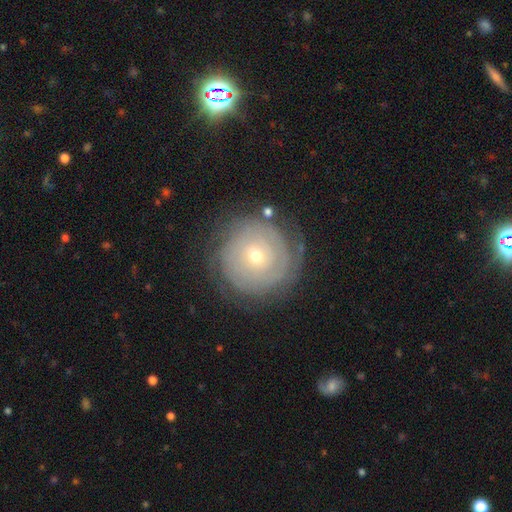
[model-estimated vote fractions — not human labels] A featured or disk galaxy (73%) with no bar (82%), tight (87%) spiral arms (88%) and a small central bulge (59%).

Vote fractions:
- Smooth or featured? featured or disk: 73% / smooth: 19% / star or artifact: 8%
- Edge-on disk? no: 97% / yes: 3%
- Bar? no: 82% / weak: 14% / strong: 4%
- Spiral arms? yes: 88% / no: 12%
- Spiral winding? tight: 87% / medium: 10% / loose: 3%
- Spiral arm count? can't tell: 48% / 2: 19% / 3: 12% / 4: 8% / more than 4: 6% / 1: 6%
- Bulge size? small: 59% / moderate: 38% / large: 2% / dominant: 1% / none: 1%
- Merging? none: 78% / minor disturbance: 14% / major disturbance: 6% / merger: 2%